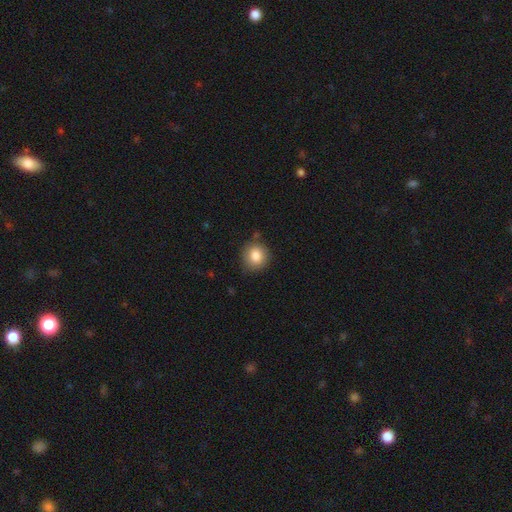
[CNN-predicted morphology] Q: Smooth or featured?
A: smooth (84%); runner-up: star or artifact (9%)
Q: How rounded?
A: round (89%); runner-up: in between (10%)
Q: Merging?
A: none (84%); runner-up: minor disturbance (11%)